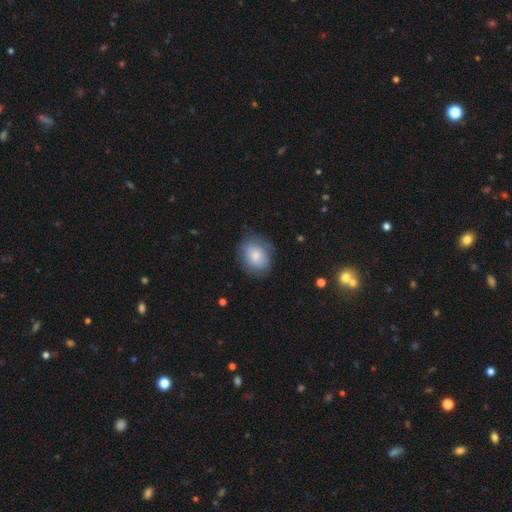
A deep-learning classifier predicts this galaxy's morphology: smooth 79%, featured or disk 14%, star or artifact 7%. Down the decision tree: how rounded — in between (58%); merging — none (71%).